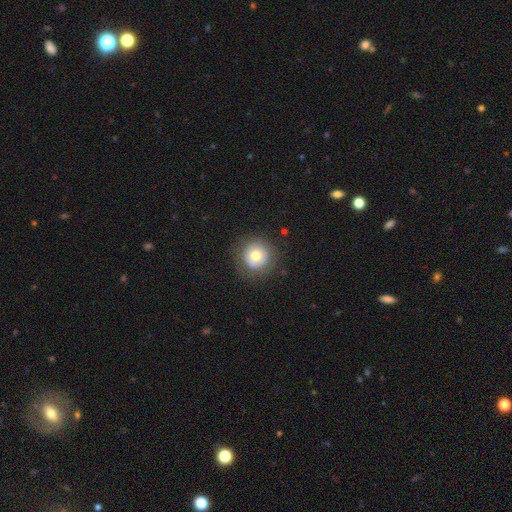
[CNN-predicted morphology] Smooth or featured: smooth — 64% (featured or disk — 26%)
How rounded: round — 94% (in between — 5%)
Merging: none — 79% (minor disturbance — 13%)